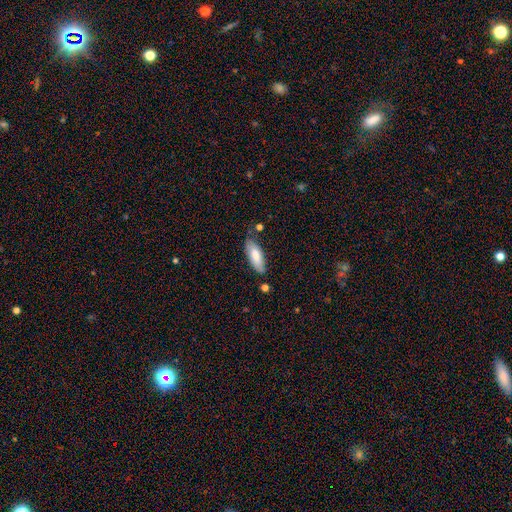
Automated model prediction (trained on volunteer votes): Smooth or featured?
  - smooth: 78% *
  - featured or disk: 17%
  - star or artifact: 6%
How rounded?
  - in between: 67% *
  - cigar-shaped: 32%
  - round: 2%
Merging?
  - none: 74% *
  - minor disturbance: 19%
  - merger: 4%
  - major disturbance: 3%